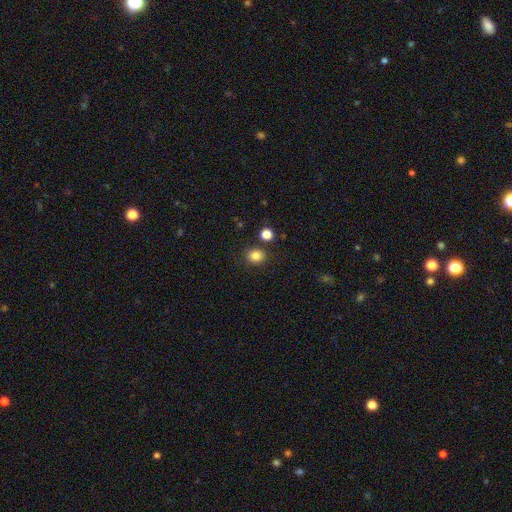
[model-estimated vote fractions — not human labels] smooth-or-featured: smooth: 84% | star or artifact: 12% | featured or disk: 4%
  how-rounded: round: 73% | in between: 26% | cigar-shaped: 1%
  merging: none: 83% | minor disturbance: 8% | merger: 6% | major disturbance: 3%